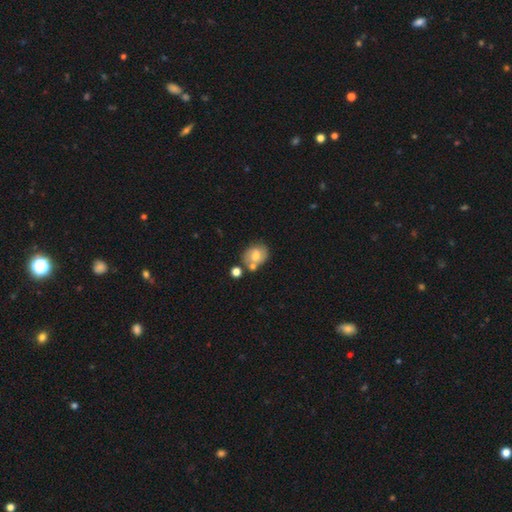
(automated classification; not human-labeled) This appears to be a smooth galaxy with no disk features (52%) that is in between round and cigar-shaped (50%). Merging: none (57%).